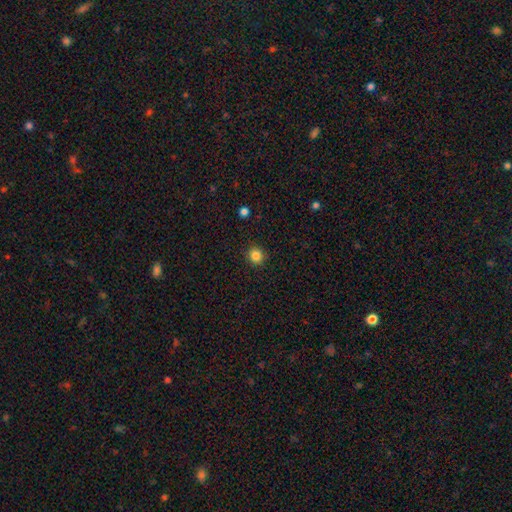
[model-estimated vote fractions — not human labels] The model was most divided on "smooth or featured": smooth: 84%, star or artifact: 11%, featured or disk: 5%. More confident: merging — none (92%); how rounded — round (91%).